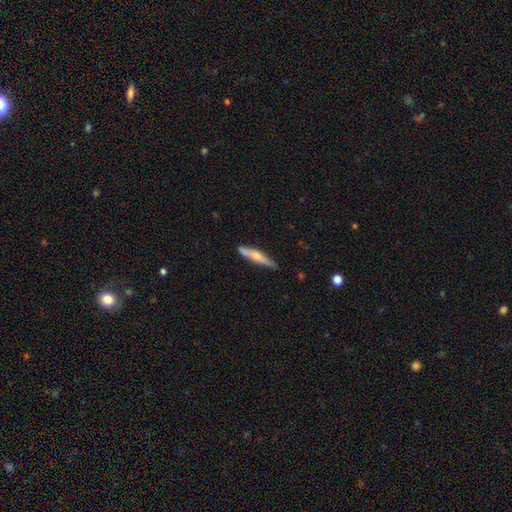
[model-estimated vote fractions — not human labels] Smooth or featured?
  - smooth: 55% *
  - featured or disk: 40%
  - star or artifact: 6%
How rounded?
  - cigar-shaped: 88% *
  - in between: 10%
  - round: 2%
Merging?
  - none: 80% *
  - minor disturbance: 15%
  - major disturbance: 3%
  - merger: 2%